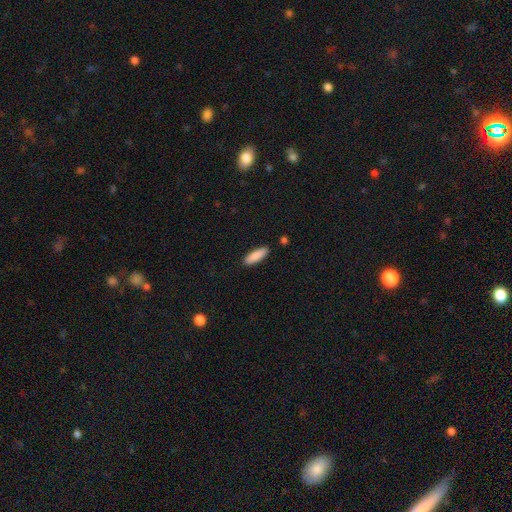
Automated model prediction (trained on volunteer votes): Smooth or featured? smooth (88%)
How rounded? cigar-shaped (51%)
Merging? none (89%)